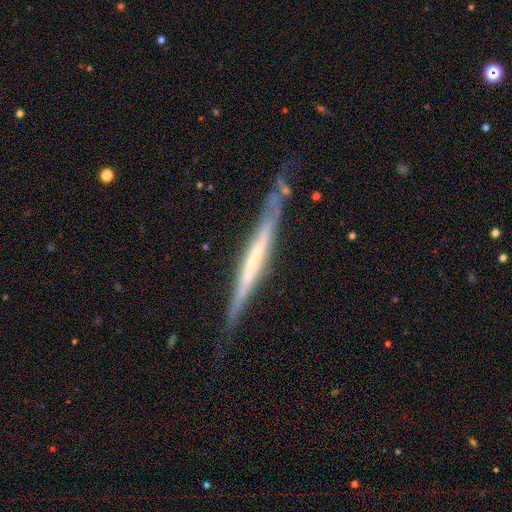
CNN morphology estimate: Q: Smooth or featured?
A: featured or disk (72%); runner-up: smooth (22%)
Q: Edge-on disk?
A: yes (92%); runner-up: no (8%)
Q: Edge-on bulge?
A: none (74%); runner-up: rounded (16%)
Q: Merging?
A: none (72%); runner-up: minor disturbance (20%)